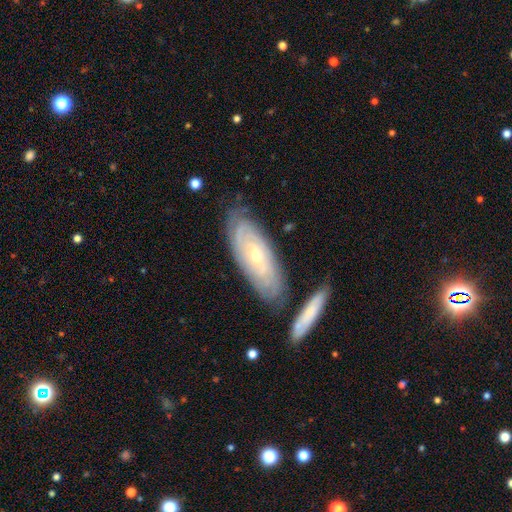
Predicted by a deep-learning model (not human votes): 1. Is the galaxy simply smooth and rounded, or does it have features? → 76% featured or disk, 18% smooth, 6% star or artifact.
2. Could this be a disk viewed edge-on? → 87% no, 13% yes.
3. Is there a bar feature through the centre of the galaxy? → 66% no, 27% weak, 7% strong.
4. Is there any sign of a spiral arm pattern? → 88% yes, 12% no.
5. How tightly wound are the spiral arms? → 80% tight, 16% medium, 4% loose.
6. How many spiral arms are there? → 59% can't tell, 17% 2, 8% 3, 7% 4, 5% more than 4, 3% 1.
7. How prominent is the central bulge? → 63% small, 34% moderate, 1% large, 1% none, 1% dominant.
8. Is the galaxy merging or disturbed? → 76% none, 15% minor disturbance, 5% merger, 4% major disturbance.